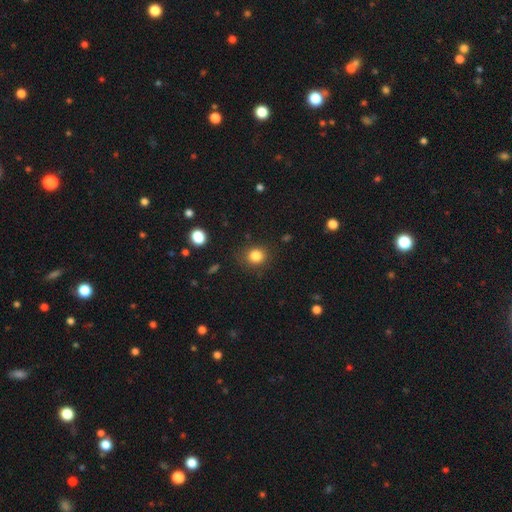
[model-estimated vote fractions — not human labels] Q: Smooth or featured?
A: smooth (84%); runner-up: star or artifact (11%)
Q: How rounded?
A: round (78%); runner-up: in between (21%)
Q: Merging?
A: none (85%); runner-up: minor disturbance (11%)